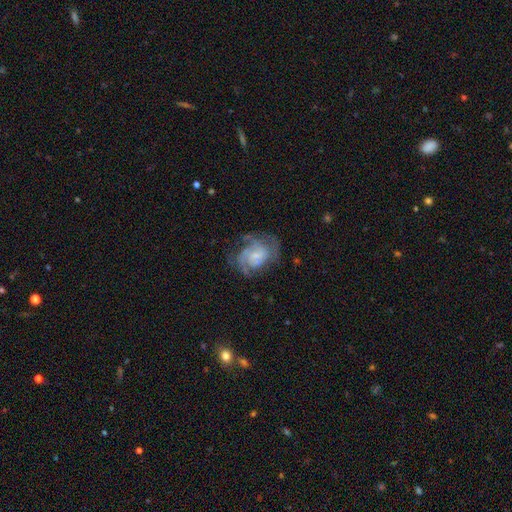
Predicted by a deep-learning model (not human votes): Smooth or featured: featured or disk — 74% (smooth — 19%)
Edge-on disk: no — 98% (yes — 2%)
Bar: no — 69% (weak — 26%)
Spiral arms: yes — 88% (no — 12%)
Spiral winding: tight — 44% (medium — 41%)
Spiral arm count: can't tell — 31% (2 — 26%)
Bulge size: small — 56% (moderate — 27%)
Merging: none — 54% (minor disturbance — 23%)